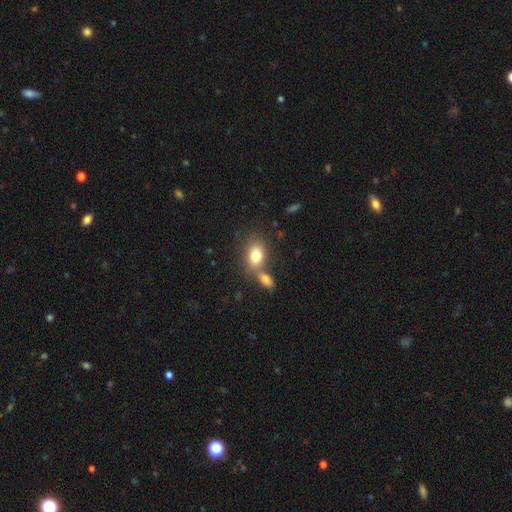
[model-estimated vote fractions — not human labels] Smooth or featured?
  - smooth: 79% *
  - featured or disk: 12%
  - star or artifact: 9%
How rounded?
  - in between: 79% *
  - round: 19%
  - cigar-shaped: 2%
Merging?
  - none: 50% *
  - merger: 34%
  - minor disturbance: 11%
  - major disturbance: 5%